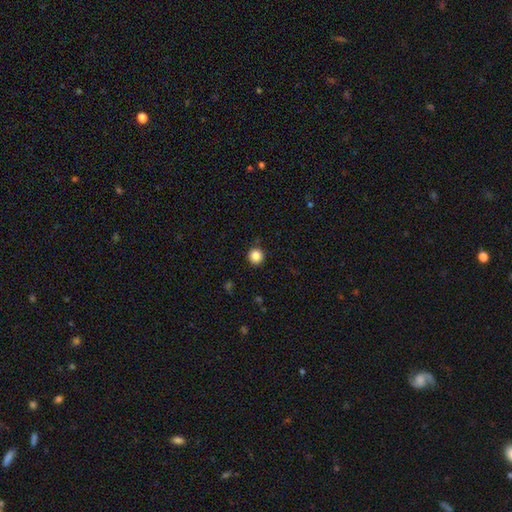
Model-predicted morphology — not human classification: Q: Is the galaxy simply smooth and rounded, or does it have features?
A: smooth — 86%.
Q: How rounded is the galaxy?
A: round — 95%.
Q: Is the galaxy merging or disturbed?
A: none — 91%.